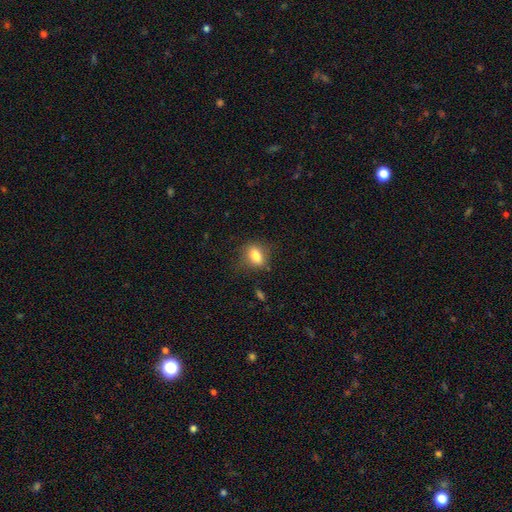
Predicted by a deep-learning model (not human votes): This appears to be a smooth galaxy with no disk features (78%) that is in between round and cigar-shaped (73%). Merging: none (77%).